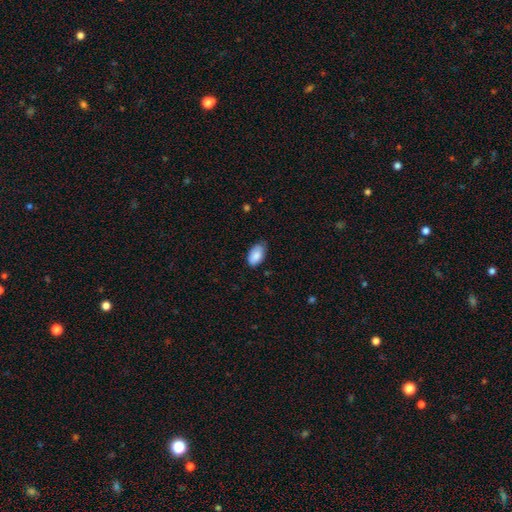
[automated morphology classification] type=smooth (85%); roundness=in between (94%); merging=none (64%).